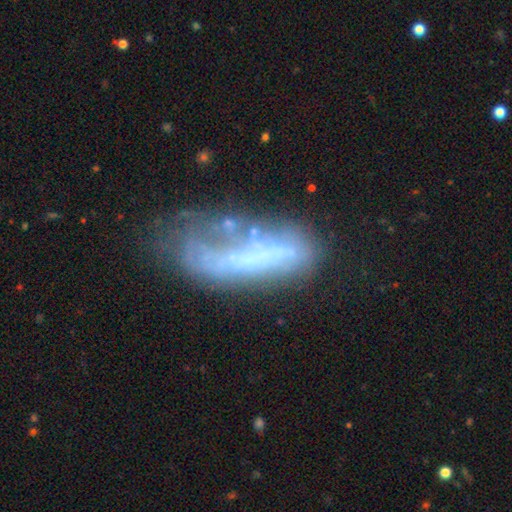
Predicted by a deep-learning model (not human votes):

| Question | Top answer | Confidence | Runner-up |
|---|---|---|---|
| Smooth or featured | featured or disk | 53% | smooth (35%) |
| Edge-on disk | no | 82% | yes (18%) |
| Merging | none | 32% | tied: major disturbance (32%) |